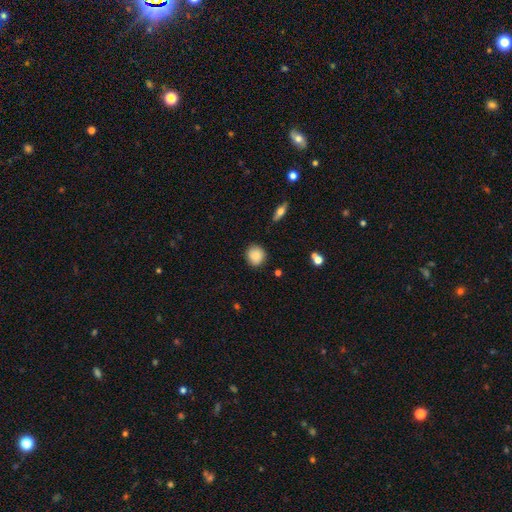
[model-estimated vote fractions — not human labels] smooth 86%, star or artifact 8%, featured or disk 6%. Down the decision tree: how rounded — round (84%); merging — none (85%).